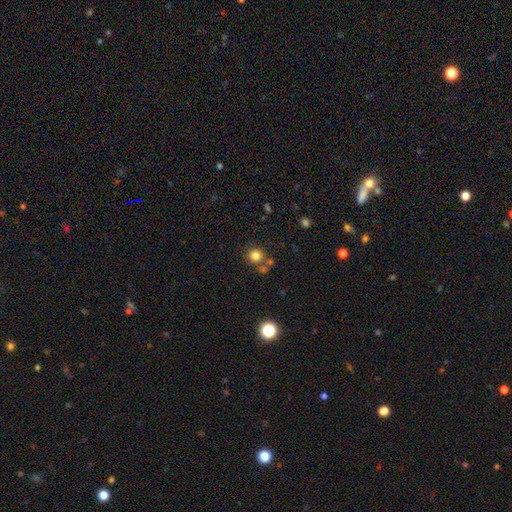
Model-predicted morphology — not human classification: This appears to be a smooth galaxy with no disk features (79%) that is round (91%). Merging: none (71%).